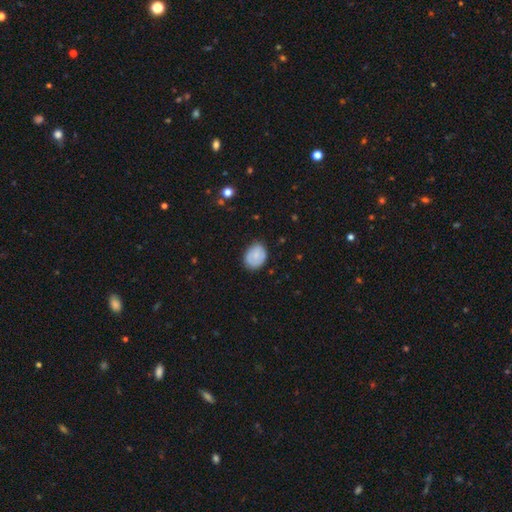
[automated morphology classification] smooth 73%, featured or disk 19%, star or artifact 8%. Down the decision tree: how rounded — in between (54%); merging — none (76%).